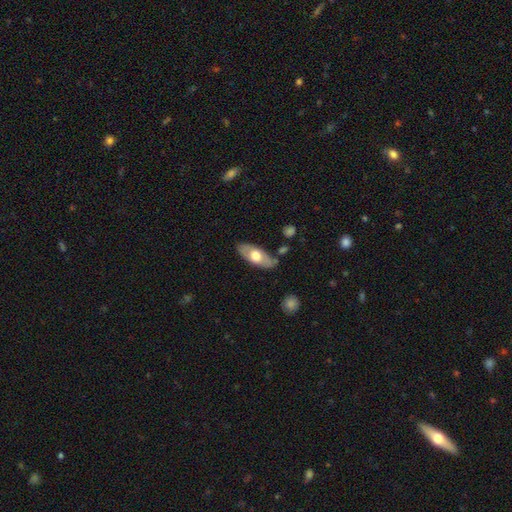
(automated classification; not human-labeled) Smooth or featured?
  - smooth: 56% *
  - featured or disk: 39%
  - star or artifact: 5%
How rounded?
  - in between: 86% *
  - cigar-shaped: 11%
  - round: 3%
Merging?
  - none: 81% *
  - minor disturbance: 13%
  - merger: 3%
  - major disturbance: 3%